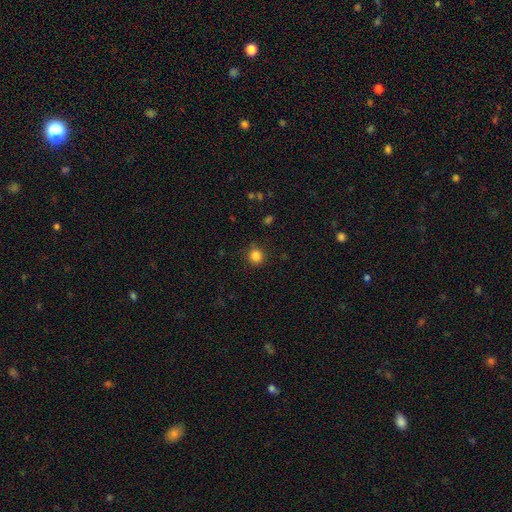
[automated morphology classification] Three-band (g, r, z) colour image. It shows a smooth galaxy with no disk features (84%) that is round (89%). Merging: none (86%).